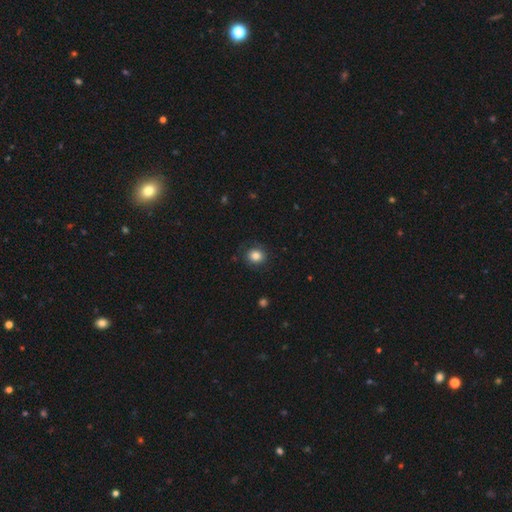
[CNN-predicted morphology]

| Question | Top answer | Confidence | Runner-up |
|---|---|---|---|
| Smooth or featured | smooth | 83% | star or artifact (10%) |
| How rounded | round | 78% | in between (21%) |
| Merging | none | 82% | minor disturbance (12%) |